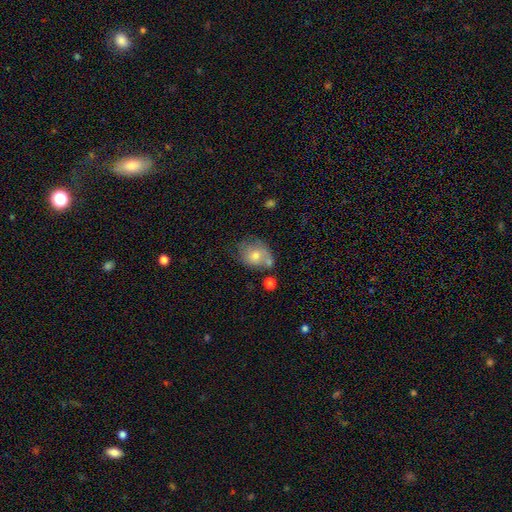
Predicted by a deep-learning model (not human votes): smooth 56%, featured or disk 33%, star or artifact 11%. Down the decision tree: how rounded — round (50%); merging — none (47%).